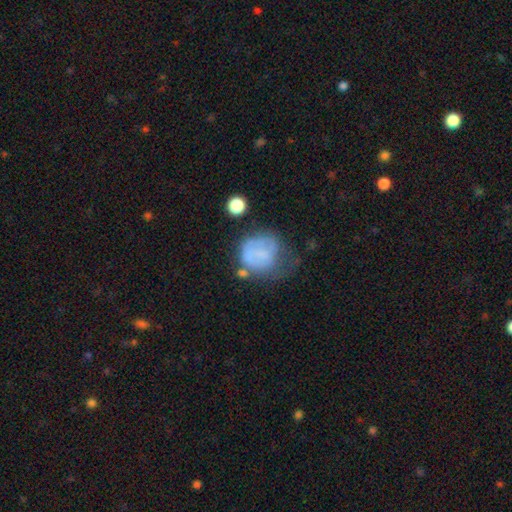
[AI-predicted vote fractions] Smooth or featured?
  - smooth: 54% *
  - featured or disk: 35%
  - star or artifact: 12%
How rounded?
  - round: 72% *
  - in between: 27%
  - cigar-shaped: 1%
Merging?
  - major disturbance: 33% *
  - none: 32%
  - minor disturbance: 29%
  - merger: 7%